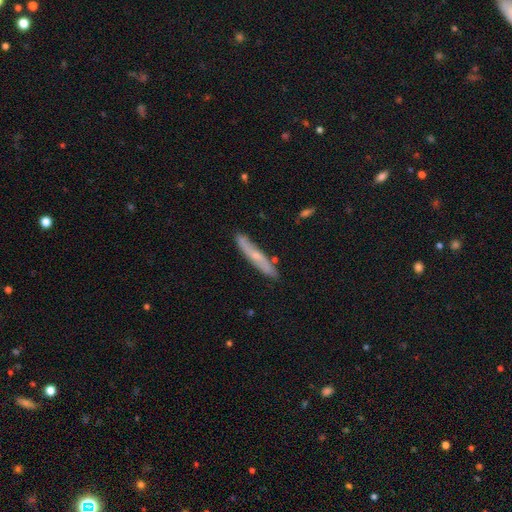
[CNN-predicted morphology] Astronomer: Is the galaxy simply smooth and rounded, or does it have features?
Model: featured or disk — 51% (runner-up: smooth, 42%).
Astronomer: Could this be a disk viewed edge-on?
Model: yes — 74%.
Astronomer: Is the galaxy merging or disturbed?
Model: none — 84%.